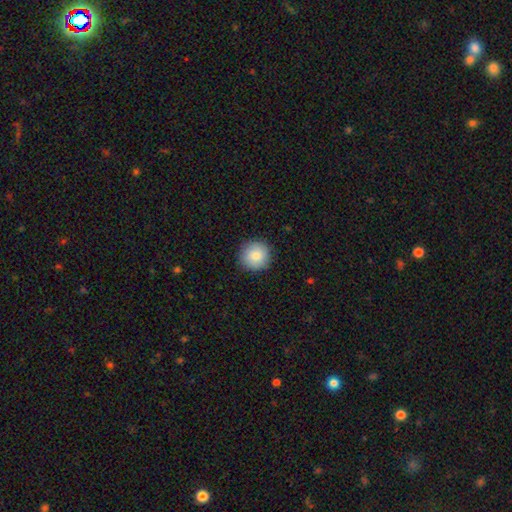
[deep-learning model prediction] A smooth galaxy with no disk features (85%) that is round (94%). Merging: none (90%).